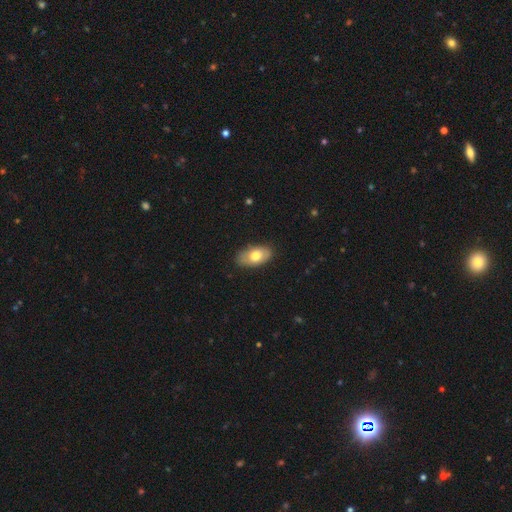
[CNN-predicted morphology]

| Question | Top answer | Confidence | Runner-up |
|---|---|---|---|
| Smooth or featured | smooth | 68% | featured or disk (25%) |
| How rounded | in between | 92% | round (5%) |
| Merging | none | 83% | minor disturbance (13%) |